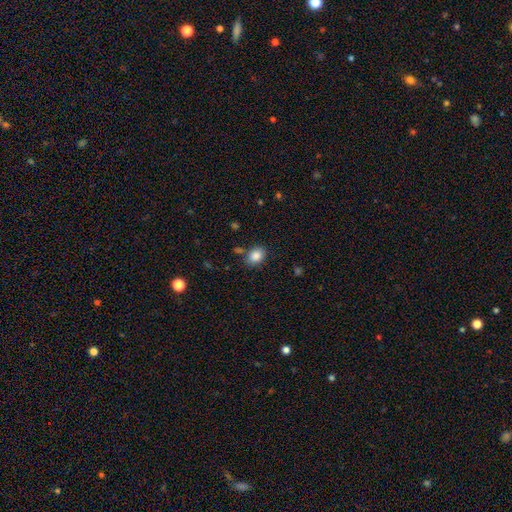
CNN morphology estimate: smooth 87%, star or artifact 9%, featured or disk 5%. Down the decision tree: how rounded — in between (64%); merging — none (78%).